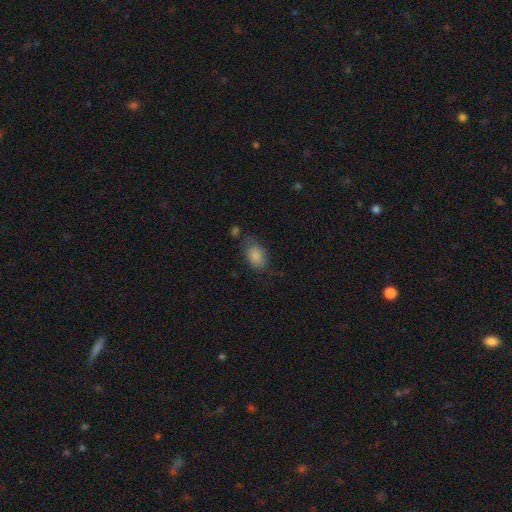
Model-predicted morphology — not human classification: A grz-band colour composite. It shows a smooth galaxy with no disk features (85%) that is in between round and cigar-shaped (89%). Merging: none (59%).